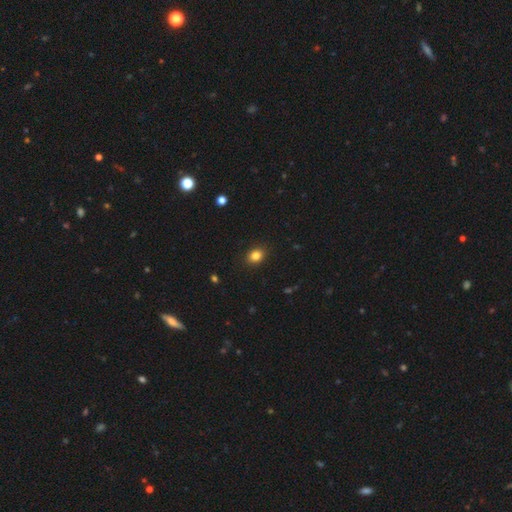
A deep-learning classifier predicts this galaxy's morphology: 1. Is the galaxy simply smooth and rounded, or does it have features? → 84% smooth, 11% star or artifact, 5% featured or disk.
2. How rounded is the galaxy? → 51% in between, 48% round, 1% cigar-shaped.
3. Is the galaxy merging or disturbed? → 89% none, 8% minor disturbance, 2% major disturbance, 1% merger.